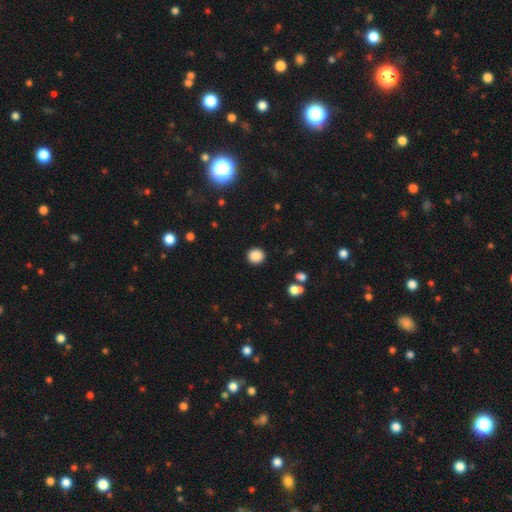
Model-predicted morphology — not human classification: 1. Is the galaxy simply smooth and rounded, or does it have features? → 87% smooth, 10% star or artifact, 3% featured or disk.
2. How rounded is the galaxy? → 89% round, 10% in between, 1% cigar-shaped.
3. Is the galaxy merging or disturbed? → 91% none, 5% minor disturbance, 2% major disturbance, 2% merger.